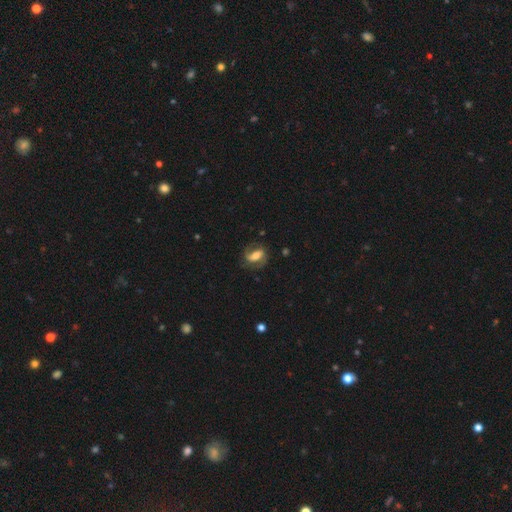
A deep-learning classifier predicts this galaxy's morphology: Smooth or featured?
  - featured or disk: 68% *
  - smooth: 25%
  - star or artifact: 7%
Edge-on disk?
  - no: 94% *
  - yes: 6%
Bar?
  - strong: 40% *
  - weak: 36%
  - no: 24%
Spiral arms?
  - yes: 88% *
  - no: 12%
Spiral winding?
  - medium: 48% *
  - loose: 27%
  - tight: 26%
Spiral arm count?
  - 2: 83% *
  - 1: 7%
  - can't tell: 7%
  - 3: 2%
  - 4: 1%
  - more than 4: 1%
Bulge size?
  - moderate: 53% *
  - large: 21%
  - small: 19%
  - none: 3%
  - dominant: 3%
Merging?
  - none: 69% *
  - minor disturbance: 18%
  - major disturbance: 11%
  - merger: 2%